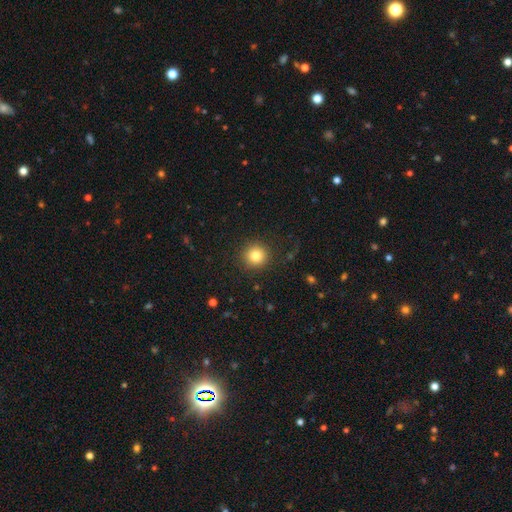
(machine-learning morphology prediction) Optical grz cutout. It shows a smooth galaxy with no disk features (81%) that is round (94%). Merging: none (89%).